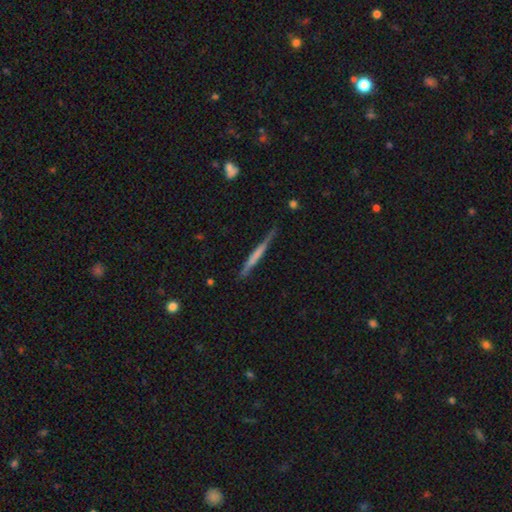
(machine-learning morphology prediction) Smooth or featured: featured or disk — 50% (smooth — 44%)
Merging: none — 79% (minor disturbance — 16%)